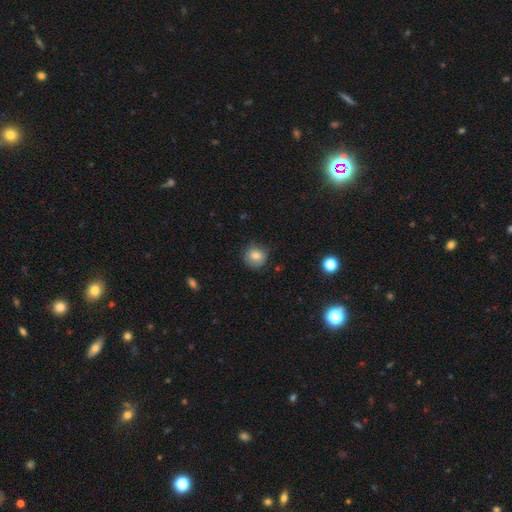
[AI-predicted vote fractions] A smooth galaxy with no disk features (81%) that is round (88%).

Vote fractions:
- Smooth or featured? smooth: 81% / star or artifact: 10% / featured or disk: 9%
- How rounded? round: 88% / in between: 11% / cigar-shaped: 1%
- Merging? none: 79% / minor disturbance: 16% / major disturbance: 4% / merger: 1%